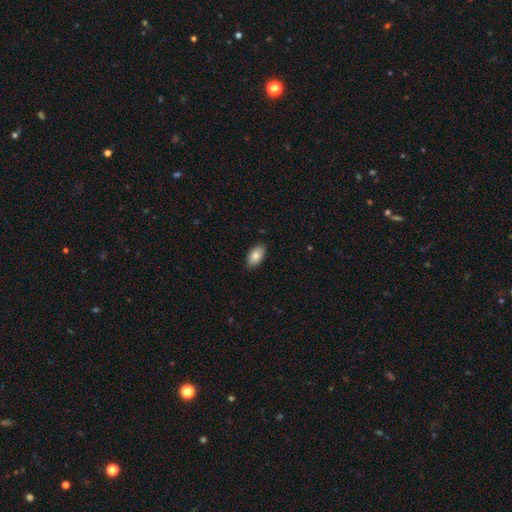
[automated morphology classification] type=smooth (85%); roundness=in between (94%); merging=none (89%).